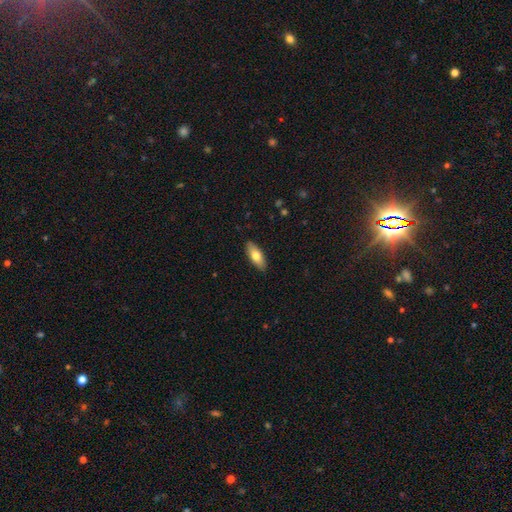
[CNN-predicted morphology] Q: Smooth or featured?
A: smooth (73%); runner-up: featured or disk (21%)
Q: How rounded?
A: in between (77%); runner-up: cigar-shaped (20%)
Q: Merging?
A: none (89%); runner-up: minor disturbance (9%)